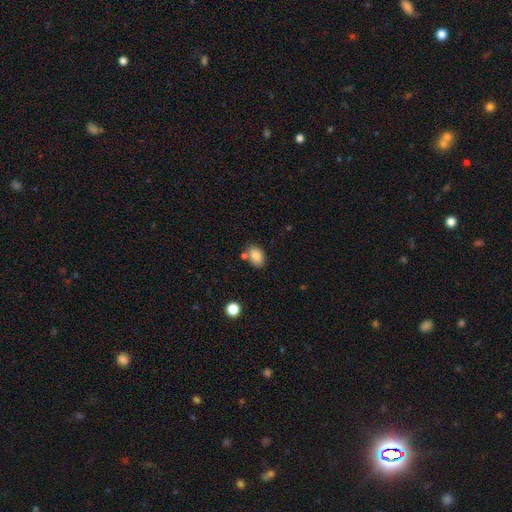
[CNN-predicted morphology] Smooth or featured? smooth (83%)
How rounded? in between (84%)
Merging? none (68%)